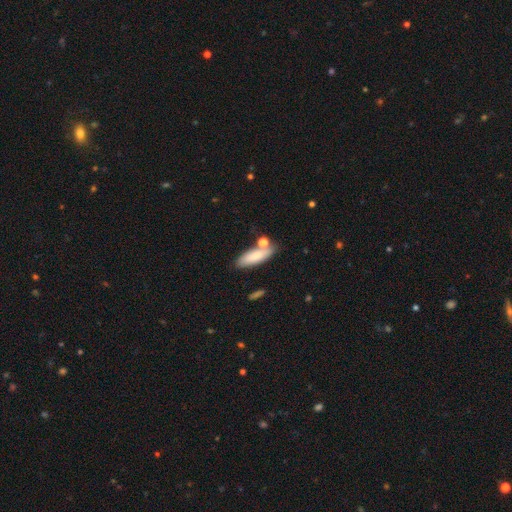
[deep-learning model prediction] smooth-or-featured: smooth: 80% | featured or disk: 13% | star or artifact: 7%
  how-rounded: in between: 56% | cigar-shaped: 42% | round: 3%
  merging: none: 69% | minor disturbance: 15% | merger: 12% | major disturbance: 4%